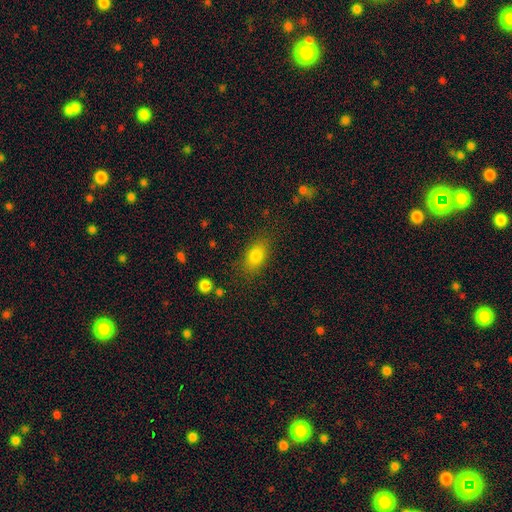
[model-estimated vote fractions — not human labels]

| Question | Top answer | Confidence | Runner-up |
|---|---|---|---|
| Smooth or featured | smooth | 80% | star or artifact (10%) |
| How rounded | in between | 82% | round (13%) |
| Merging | none | 81% | minor disturbance (13%) |